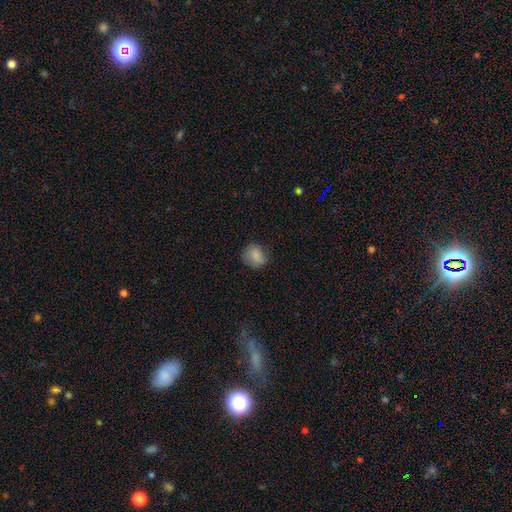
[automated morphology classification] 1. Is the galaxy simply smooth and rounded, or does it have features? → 84% smooth, 9% star or artifact, 7% featured or disk.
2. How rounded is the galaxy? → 72% round, 27% in between, 1% cigar-shaped.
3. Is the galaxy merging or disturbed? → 75% none, 19% minor disturbance, 5% major disturbance, 1% merger.